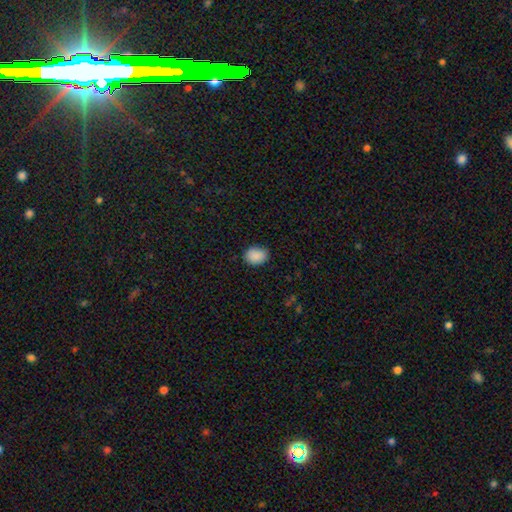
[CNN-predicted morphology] smooth_or_featured: smooth (p=0.89) [alt: star or artifact p=0.08]
how_rounded: in between (p=0.60) [alt: round p=0.39]
merging: none (p=0.83) [alt: minor disturbance p=0.14]